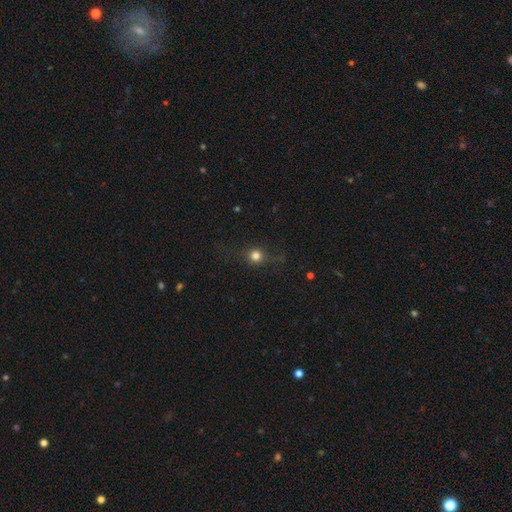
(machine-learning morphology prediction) smooth-or-featured: smooth: 65% | star or artifact: 18% | featured or disk: 17%
  how-rounded: round: 89% | in between: 9% | cigar-shaped: 2%
  merging: none: 78% | minor disturbance: 13% | major disturbance: 7% | merger: 1%